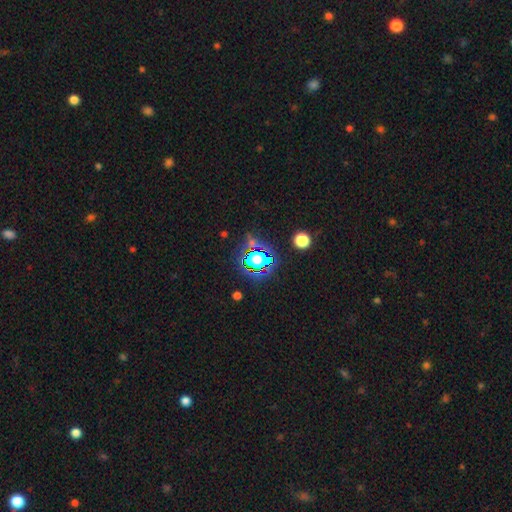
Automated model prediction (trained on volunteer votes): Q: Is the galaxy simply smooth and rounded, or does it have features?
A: star or artifact — 77%.